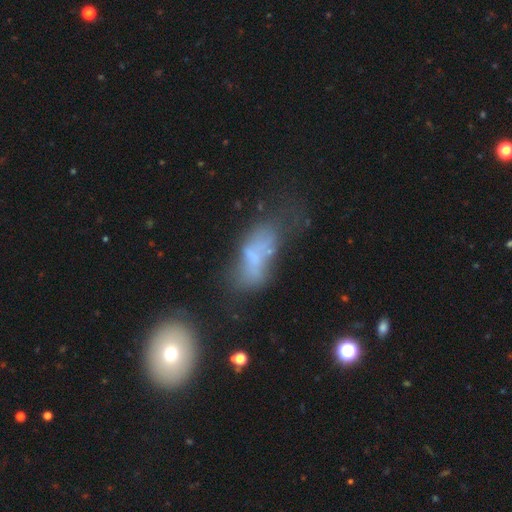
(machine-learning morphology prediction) A smooth galaxy with no disk features (49%). Merging: major disturbance (35%).